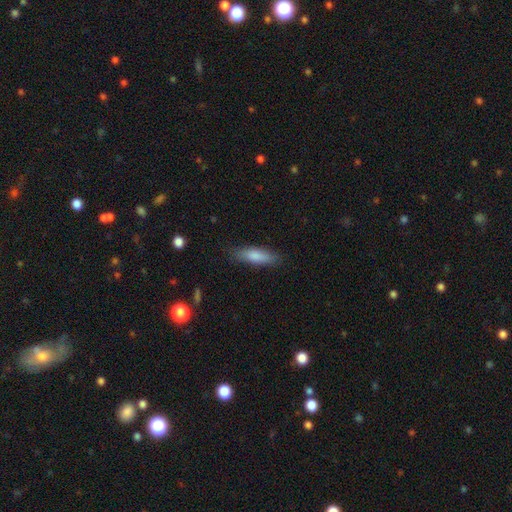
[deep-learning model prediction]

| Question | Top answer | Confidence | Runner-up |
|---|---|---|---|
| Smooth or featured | smooth | 81% | featured or disk (13%) |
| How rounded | cigar-shaped | 55% | in between (43%) |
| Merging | none | 82% | minor disturbance (14%) |